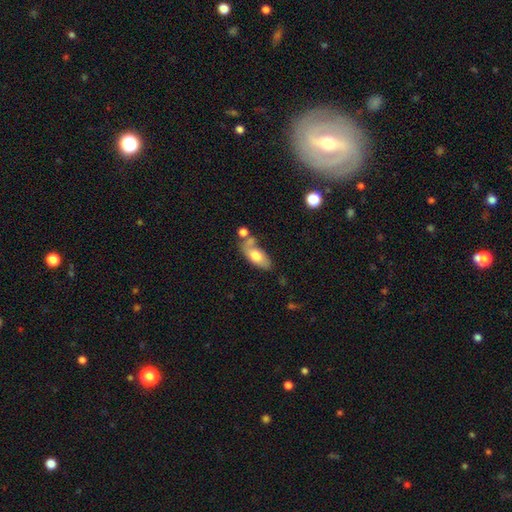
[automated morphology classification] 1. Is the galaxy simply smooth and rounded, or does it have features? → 68% smooth, 25% featured or disk, 7% star or artifact.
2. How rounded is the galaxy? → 86% in between, 10% cigar-shaped, 3% round.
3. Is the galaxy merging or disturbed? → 46% none, 24% merger, 21% minor disturbance, 9% major disturbance.